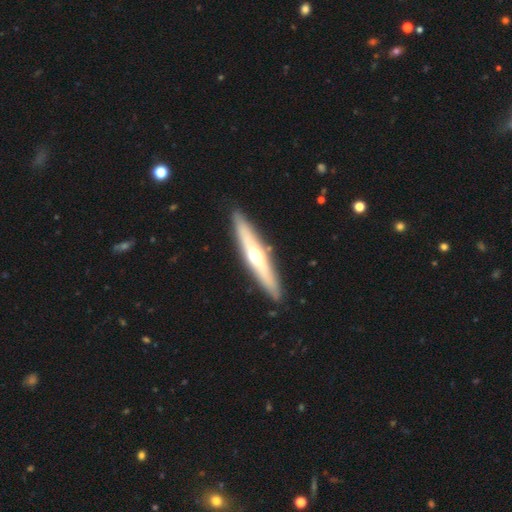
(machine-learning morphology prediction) This appears to be a featured or disk galaxy (58%) viewed edge-on (91%) with a rounded central bulge (88%). Merging: none (90%).